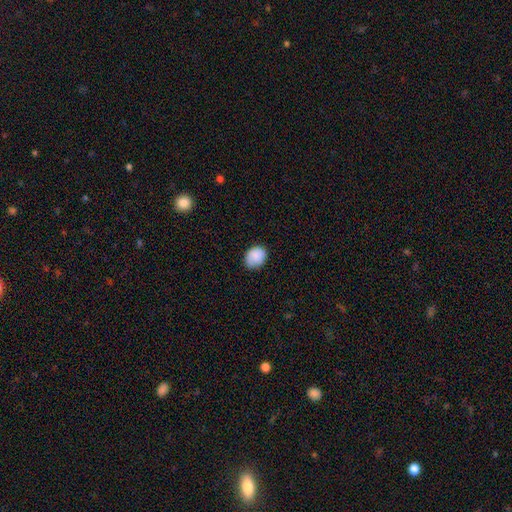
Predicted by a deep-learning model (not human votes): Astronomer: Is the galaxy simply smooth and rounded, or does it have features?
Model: smooth — 86%.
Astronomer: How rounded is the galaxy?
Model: round — 52% (runner-up: in between, 48%).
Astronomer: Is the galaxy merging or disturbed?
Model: none — 72%.